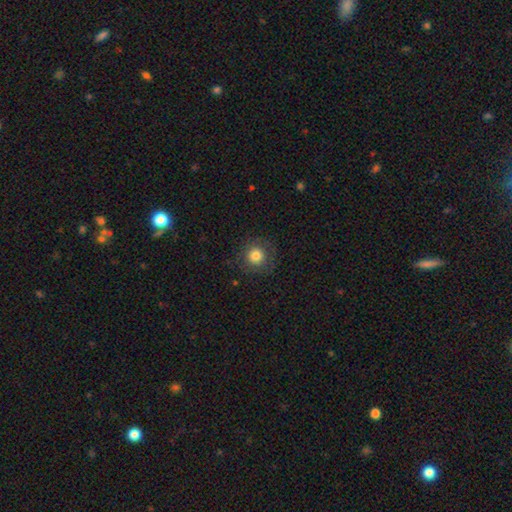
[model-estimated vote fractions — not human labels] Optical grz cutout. It shows a smooth galaxy with no disk features (79%) that is round (94%). Merging: none (84%).